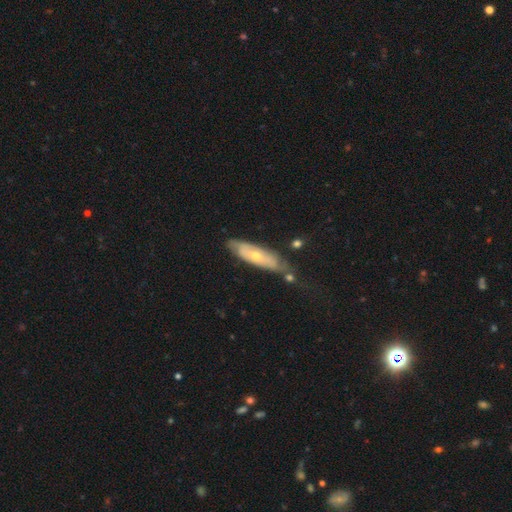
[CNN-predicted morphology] Smooth or featured?
  - featured or disk: 57% *
  - smooth: 36%
  - star or artifact: 7%
Edge-on disk?
  - no: 66% *
  - yes: 34%
Merging?
  - none: 61% *
  - minor disturbance: 23%
  - merger: 8%
  - major disturbance: 7%